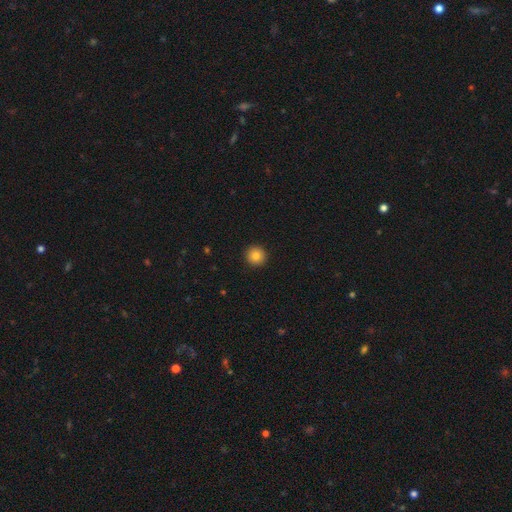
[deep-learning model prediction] smooth-or-featured: smooth: 83% | star or artifact: 10% | featured or disk: 7%
  how-rounded: round: 95% | in between: 4% | cigar-shaped: 1%
  merging: none: 93% | minor disturbance: 4% | major disturbance: 1% | merger: 1%